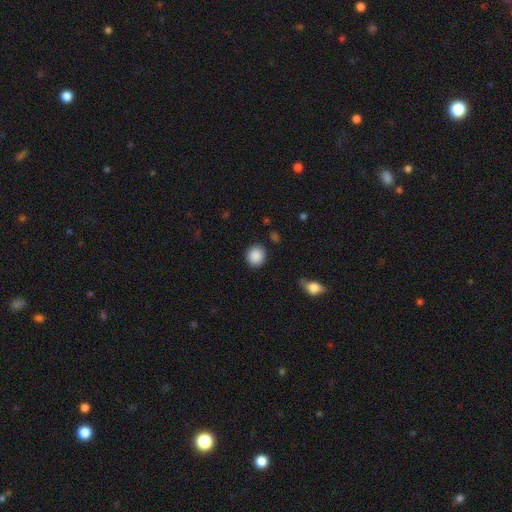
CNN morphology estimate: This appears to be a smooth galaxy with no disk features (89%) that is round (84%). Merging: none (87%).